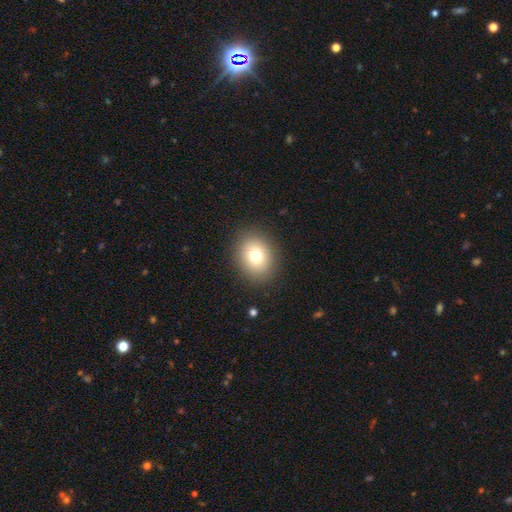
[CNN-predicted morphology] This is likely a smooth galaxy (77%). How rounded: possibly round (54%). Merging: clearly none (89%).